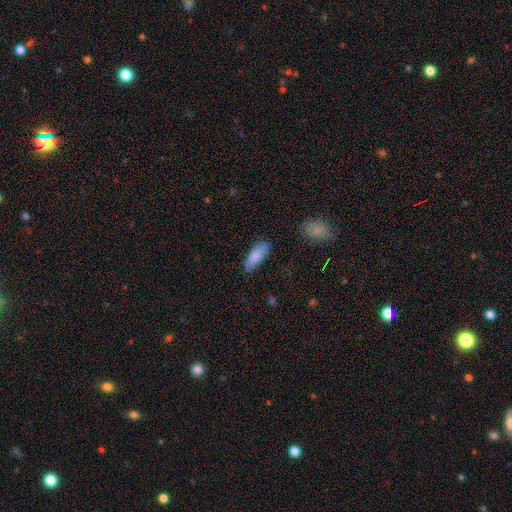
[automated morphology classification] Smooth or featured: smooth — 82% (featured or disk — 12%)
How rounded: in between — 65% (cigar-shaped — 33%)
Merging: none — 81% (minor disturbance — 15%)